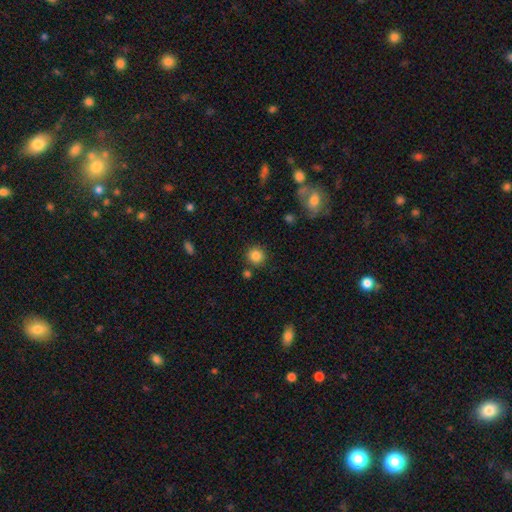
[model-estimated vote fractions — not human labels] This appears to be a smooth galaxy with no disk features (84%) that is round (93%). Merging: none (85%).